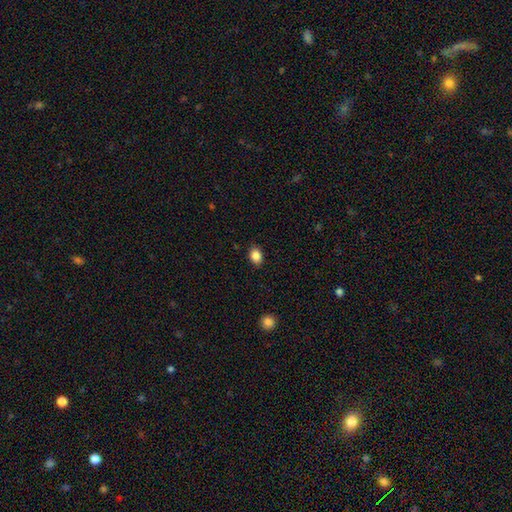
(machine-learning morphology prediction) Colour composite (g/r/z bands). It shows a smooth galaxy with no disk features (87%) that is in between round and cigar-shaped (70%). Merging: none (88%).